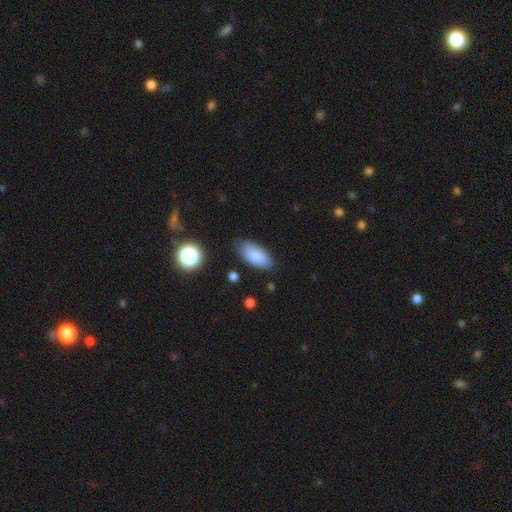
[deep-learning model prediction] This is clearly a smooth galaxy (82%). How rounded: clearly in between (92%). Merging: likely none (76%).